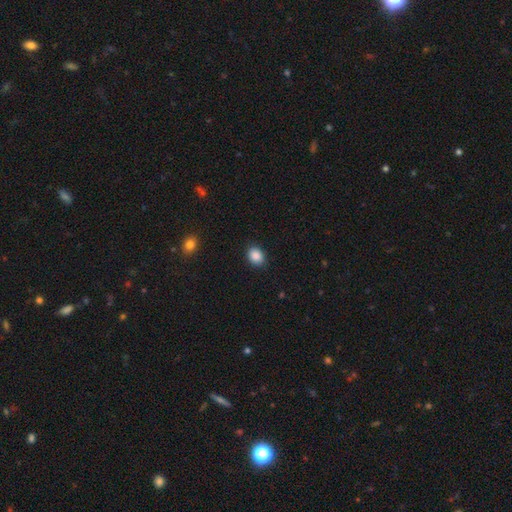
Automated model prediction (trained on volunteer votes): A smooth galaxy with no disk features (88%) that is in between round and cigar-shaped (63%). Merging: none (87%).